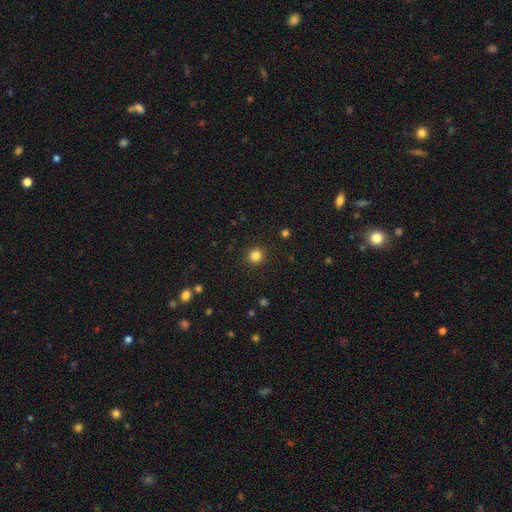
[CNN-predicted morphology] The model was most divided on "smooth or featured": smooth: 84%, star or artifact: 12%, featured or disk: 4%. More confident: how rounded — round (93%); merging — none (92%).